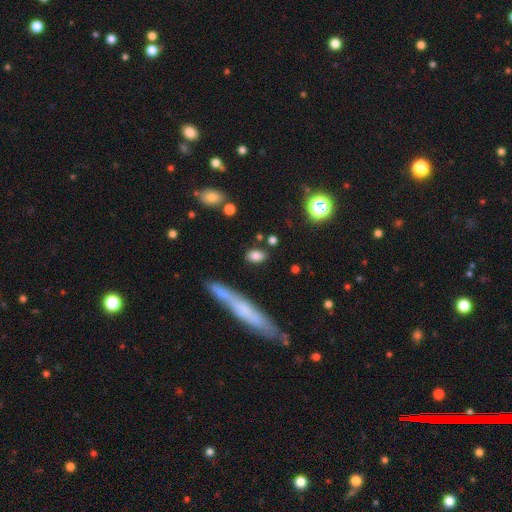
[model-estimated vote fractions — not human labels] Q: Smooth or featured?
A: smooth (80%); runner-up: featured or disk (11%)
Q: How rounded?
A: in between (81%); runner-up: round (12%)
Q: Merging?
A: none (80%); runner-up: minor disturbance (12%)